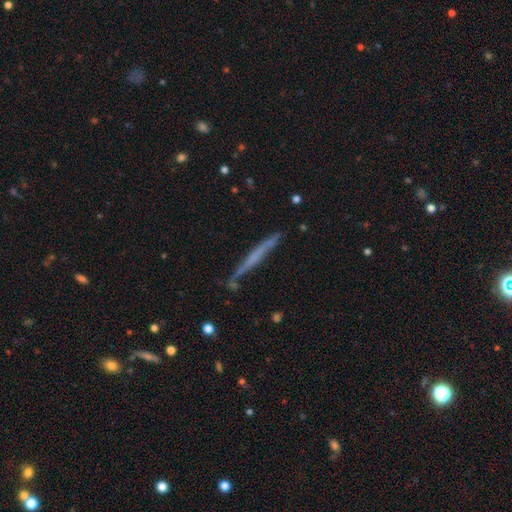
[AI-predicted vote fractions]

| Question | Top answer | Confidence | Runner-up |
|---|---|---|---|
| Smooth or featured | featured or disk | 52% | smooth (40%) |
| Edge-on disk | yes | 94% | no (6%) |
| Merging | none | 79% | minor disturbance (15%) |